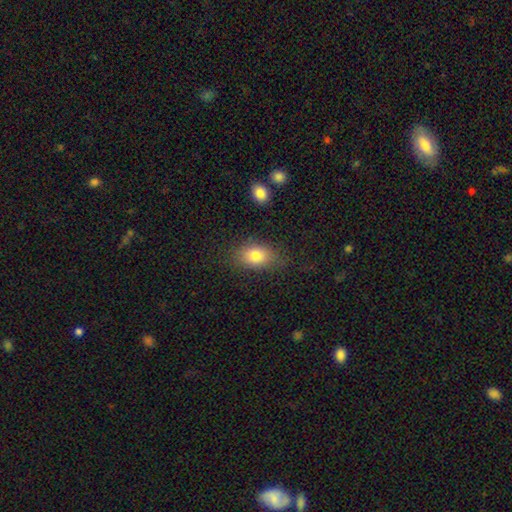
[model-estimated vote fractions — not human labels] The model was most divided on "how rounded": in between: 78%, round: 20%, cigar-shaped: 2%. More confident: smooth or featured — smooth (80%); merging — none (76%).